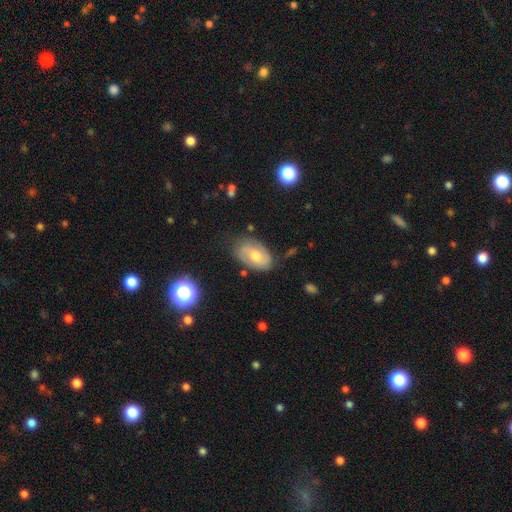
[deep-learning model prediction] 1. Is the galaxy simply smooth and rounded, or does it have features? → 46% featured or disk, 45% smooth, 9% star or artifact.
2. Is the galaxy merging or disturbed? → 71% none, 21% minor disturbance, 6% major disturbance, 2% merger.